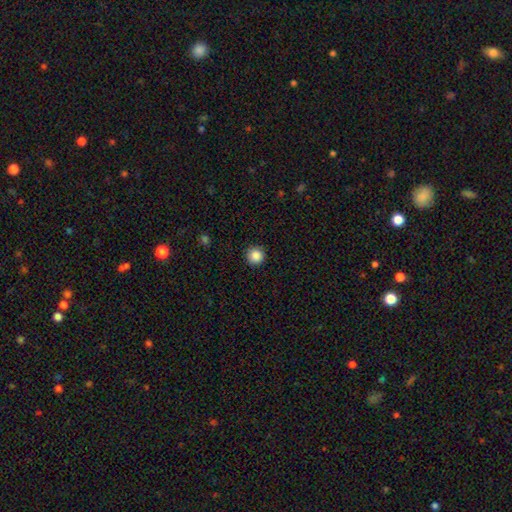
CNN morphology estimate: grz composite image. It shows a smooth galaxy with no disk features (87%) that is round (96%). Merging: none (92%).